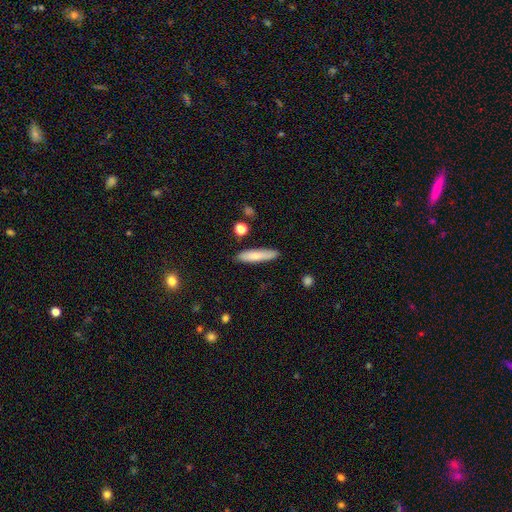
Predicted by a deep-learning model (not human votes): Smooth or featured: smooth — 74% (featured or disk — 19%)
How rounded: cigar-shaped — 83% (in between — 16%)
Merging: none — 86% (minor disturbance — 10%)